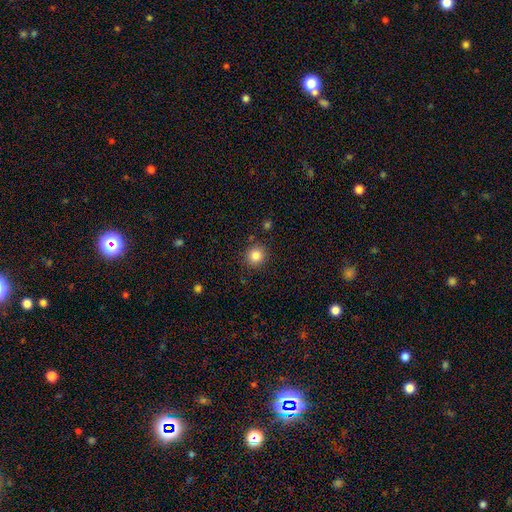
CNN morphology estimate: type=smooth (84%); roundness=round (92%); merging=none (87%).